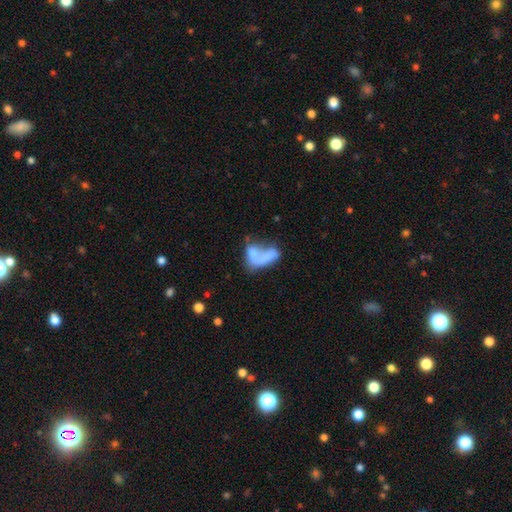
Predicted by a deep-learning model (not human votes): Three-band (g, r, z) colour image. It shows a smooth galaxy with no disk features (66%) that is in between round and cigar-shaped (83%). Merging: merger (58%).